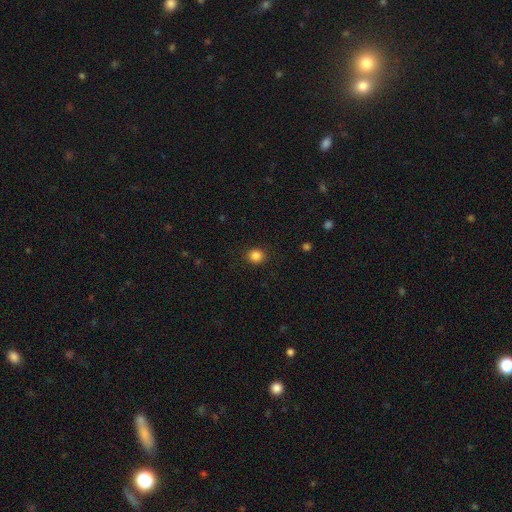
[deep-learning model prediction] Q: Smooth or featured?
A: smooth (85%); runner-up: star or artifact (11%)
Q: How rounded?
A: round (83%); runner-up: in between (16%)
Q: Merging?
A: none (90%); runner-up: minor disturbance (7%)